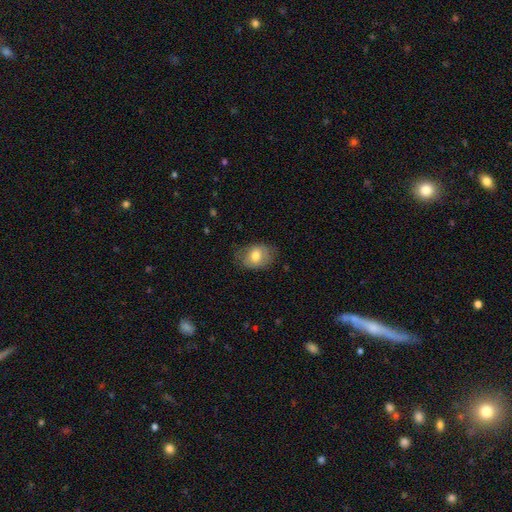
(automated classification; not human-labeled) Q: Smooth or featured?
A: smooth (70%); runner-up: featured or disk (22%)
Q: How rounded?
A: in between (72%); runner-up: round (27%)
Q: Merging?
A: none (69%); runner-up: minor disturbance (23%)